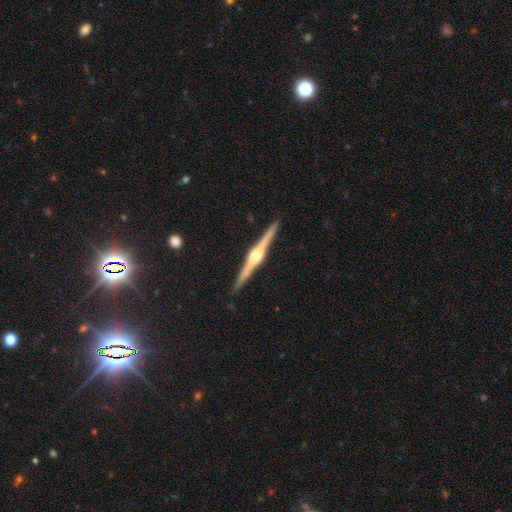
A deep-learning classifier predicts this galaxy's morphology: A featured or disk galaxy (86%) viewed edge-on (99%) with a rounded central bulge (86%). Merging: none (92%).